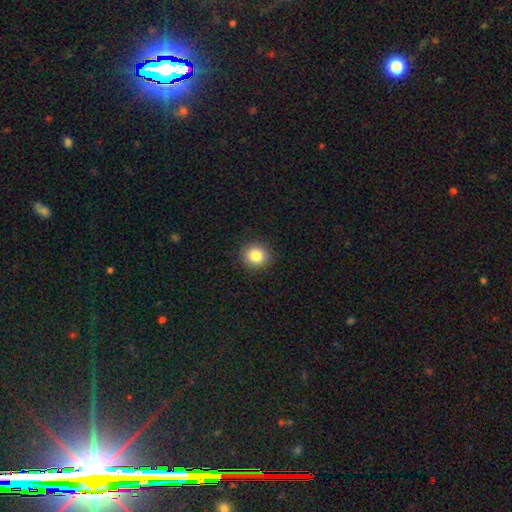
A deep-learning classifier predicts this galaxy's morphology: Overall: smooth (85%). How rounded: round (82%). Merging: none (89%).